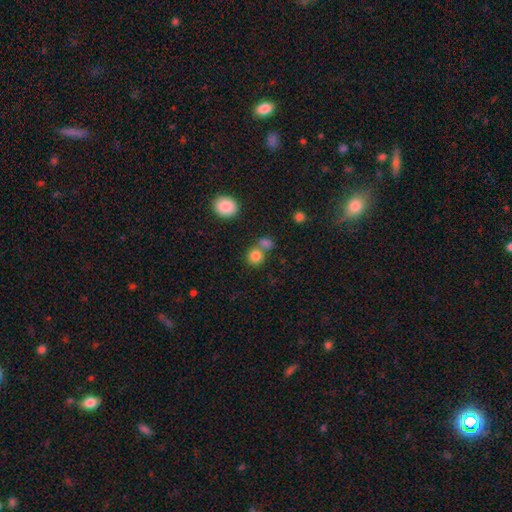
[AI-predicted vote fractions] Smooth or featured? Predicted: smooth (p=0.82). How rounded? Predicted: round (p=0.86). Merging? Predicted: none (p=0.59).